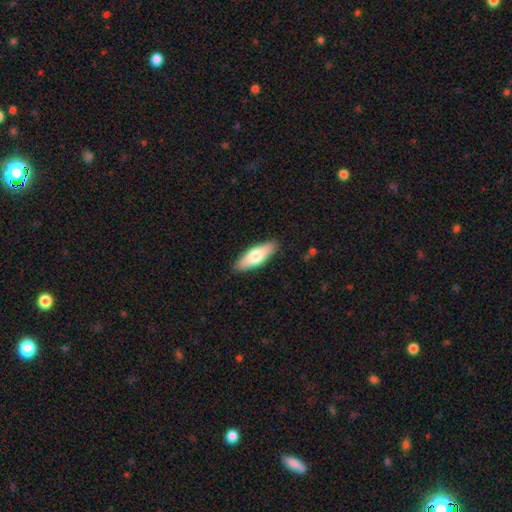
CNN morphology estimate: A smooth galaxy with no disk features (72%) that is in between round and cigar-shaped (61%).

Vote fractions:
- Smooth or featured? smooth: 72% / featured or disk: 23% / star or artifact: 5%
- How rounded? in between: 61% / cigar-shaped: 37% / round: 2%
- Merging? none: 88% / minor disturbance: 9% / major disturbance: 2% / merger: 1%